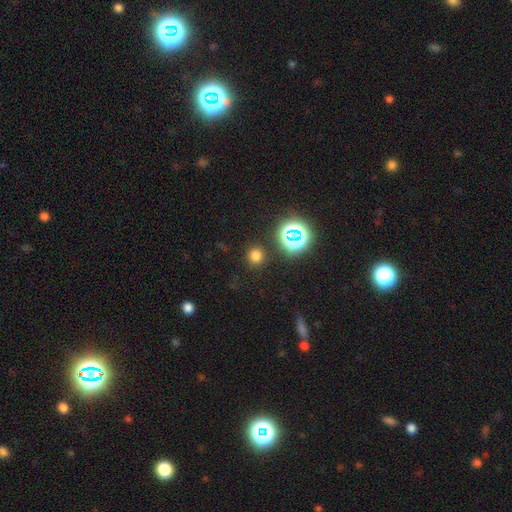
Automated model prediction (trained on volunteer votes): smooth_or_featured: smooth (p=0.71) [alt: star or artifact p=0.23]
how_rounded: round (p=0.91) [alt: in between p=0.08]
merging: none (p=0.88) [alt: minor disturbance p=0.07]